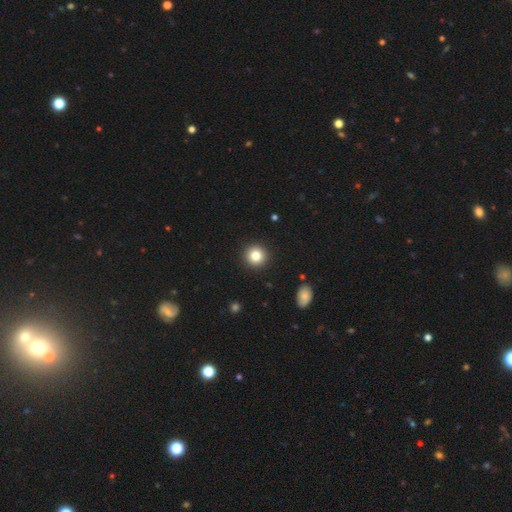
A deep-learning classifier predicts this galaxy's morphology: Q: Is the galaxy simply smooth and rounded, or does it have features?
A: smooth — 82%.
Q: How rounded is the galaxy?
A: round — 94%.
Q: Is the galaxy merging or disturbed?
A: none — 93%.